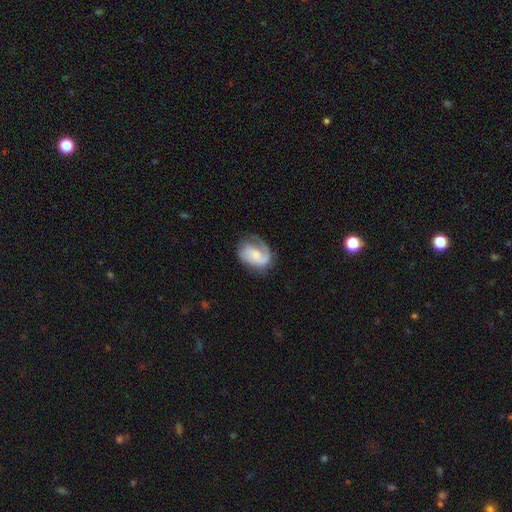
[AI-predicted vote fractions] This appears to be a featured or disk galaxy (64%) with no bar (58%), 1 (49%) medium (40%) spiral arms (89%) and a small central bulge (36%). Merging: none (53%).